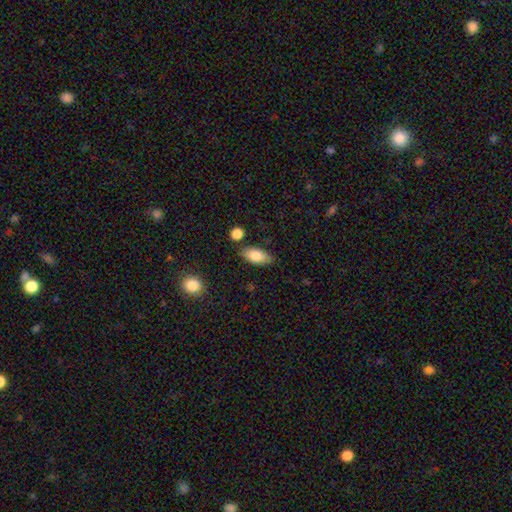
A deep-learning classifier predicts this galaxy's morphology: Q: Smooth or featured?
A: smooth (82%); runner-up: featured or disk (12%)
Q: How rounded?
A: in between (88%); runner-up: cigar-shaped (9%)
Q: Merging?
A: none (81%); runner-up: minor disturbance (13%)